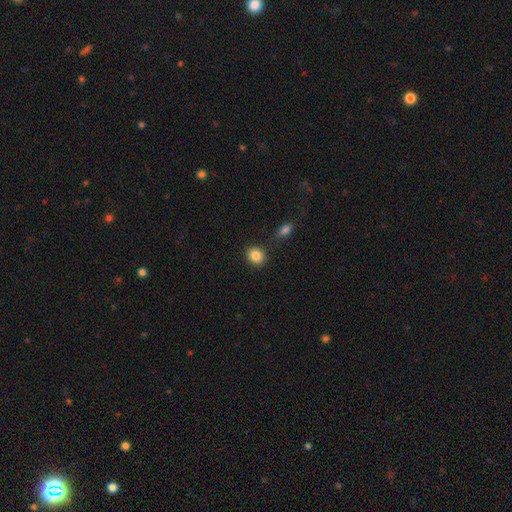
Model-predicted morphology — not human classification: smooth-or-featured: smooth: 87% | star or artifact: 9% | featured or disk: 5%
  how-rounded: round: 71% | in between: 28% | cigar-shaped: 1%
  merging: none: 83% | minor disturbance: 9% | merger: 6% | major disturbance: 3%